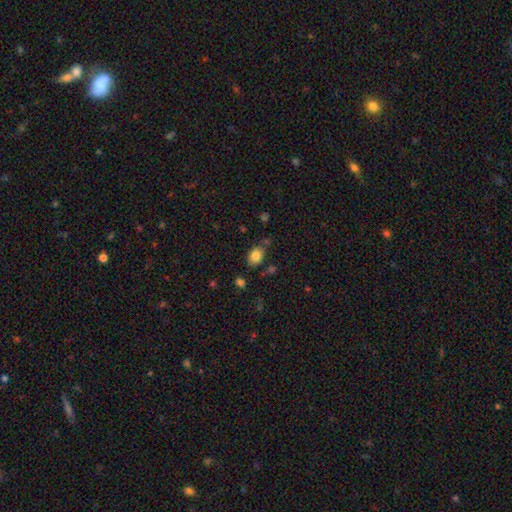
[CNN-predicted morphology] smooth 83%, star or artifact 9%, featured or disk 8%. Down the decision tree: how rounded — in between (73%); merging — none (72%).